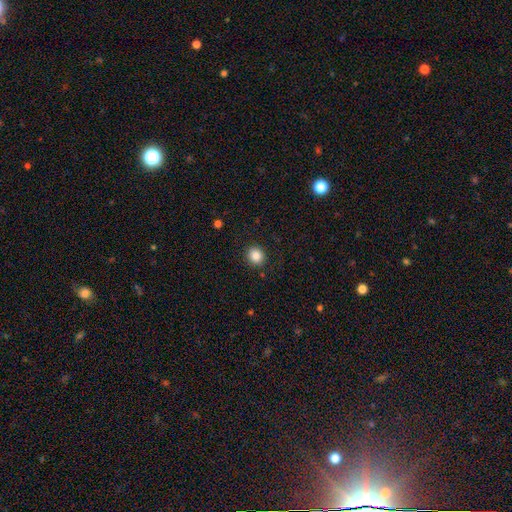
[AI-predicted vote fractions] A smooth galaxy with no disk features (85%) that is round (84%).

Vote fractions:
- Smooth or featured? smooth: 85% / star or artifact: 10% / featured or disk: 5%
- How rounded? round: 84% / in between: 15% / cigar-shaped: 1%
- Merging? none: 90% / minor disturbance: 7% / major disturbance: 2% / merger: 1%